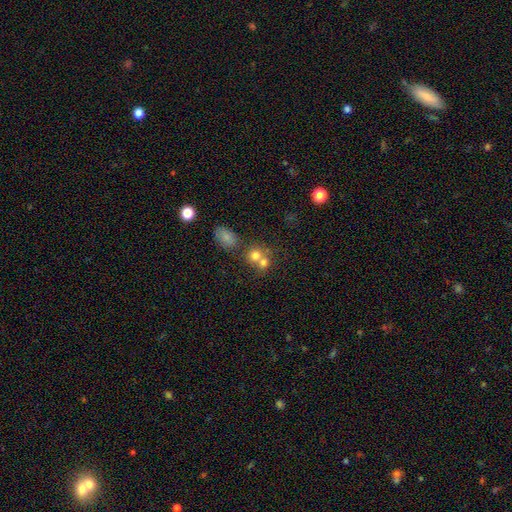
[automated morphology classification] Smooth or featured?
  - smooth: 73% *
  - featured or disk: 14%
  - star or artifact: 13%
How rounded?
  - round: 76% *
  - in between: 23%
  - cigar-shaped: 1%
Merging?
  - merger: 53% *
  - none: 37%
  - minor disturbance: 7%
  - major disturbance: 3%